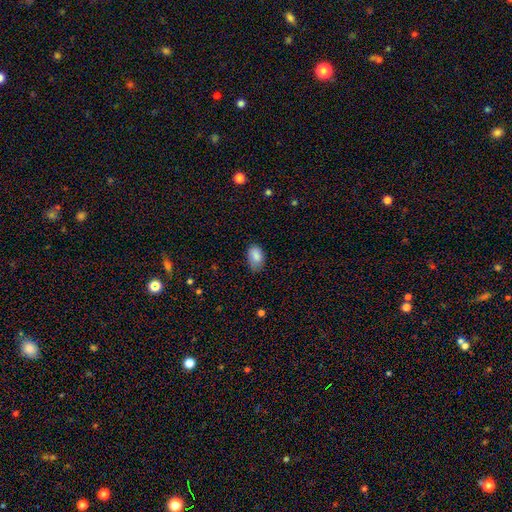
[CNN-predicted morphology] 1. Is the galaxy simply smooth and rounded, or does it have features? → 86% smooth, 7% featured or disk, 7% star or artifact.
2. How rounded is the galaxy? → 91% in between, 7% round, 1% cigar-shaped.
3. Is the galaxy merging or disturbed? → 68% none, 26% minor disturbance, 5% major disturbance, 1% merger.